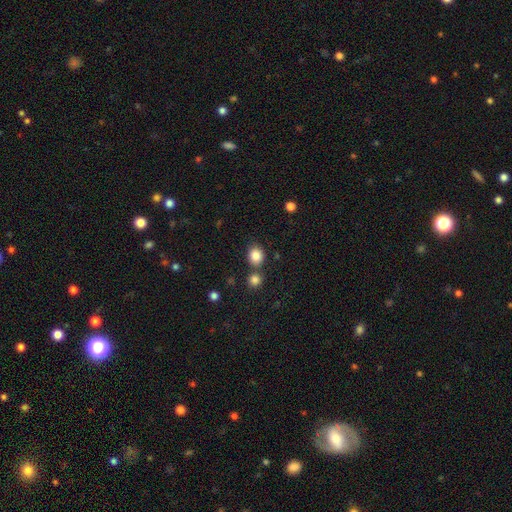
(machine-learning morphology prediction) Smooth or featured? Predicted: smooth (p=0.85). How rounded? Predicted: round (p=0.65). Merging? Predicted: none (p=0.70).